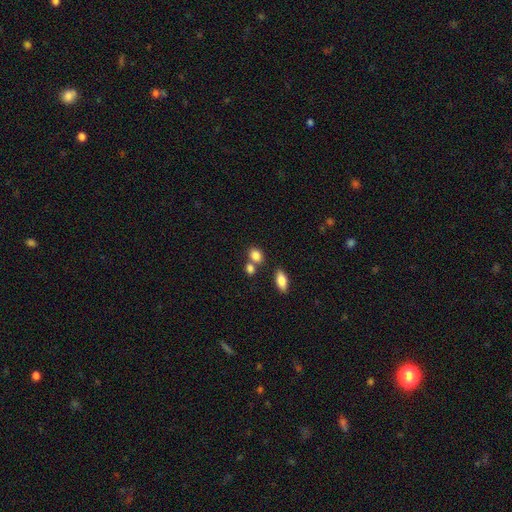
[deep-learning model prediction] smooth-or-featured: smooth: 84% | star or artifact: 9% | featured or disk: 7%
  how-rounded: in between: 64% | round: 33% | cigar-shaped: 2%
  merging: none: 54% | merger: 30% | minor disturbance: 12% | major disturbance: 4%